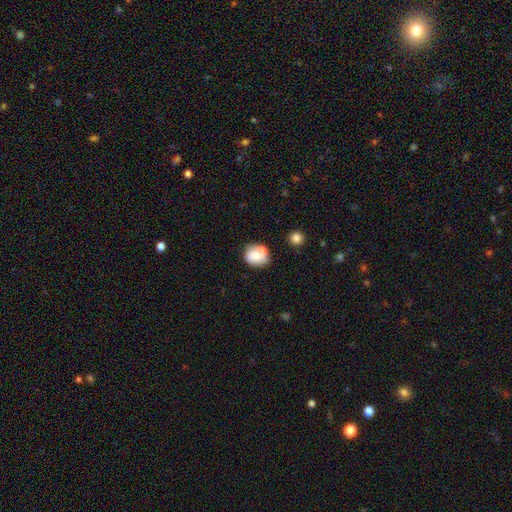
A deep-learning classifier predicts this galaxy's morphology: type=smooth (69%); roundness=round (55%); merging=none (47%).